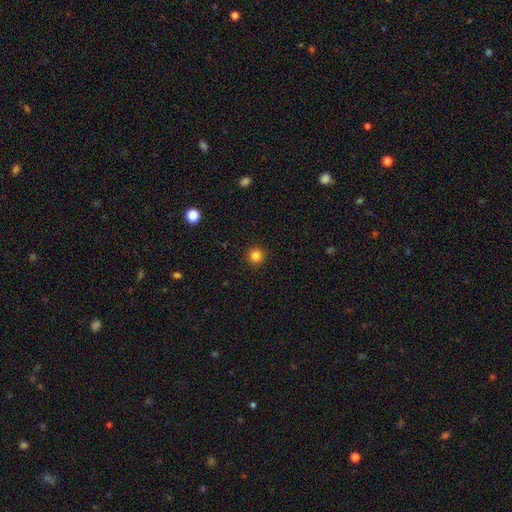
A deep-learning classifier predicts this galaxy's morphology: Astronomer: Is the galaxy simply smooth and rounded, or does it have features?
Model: smooth — 84%.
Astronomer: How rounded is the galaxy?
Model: round — 95%.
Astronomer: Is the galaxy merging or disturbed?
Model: none — 93%.